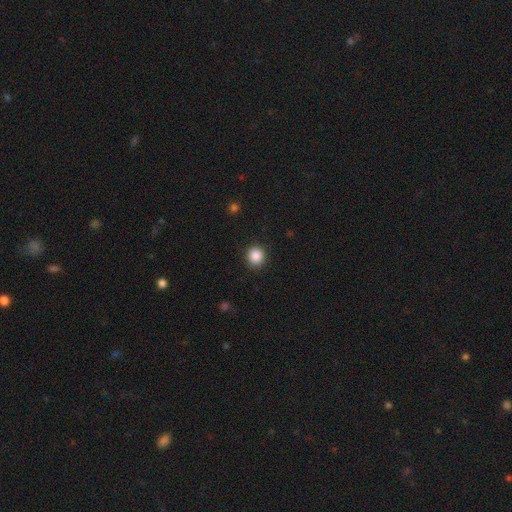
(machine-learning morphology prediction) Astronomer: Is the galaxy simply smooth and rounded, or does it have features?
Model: smooth — 87%.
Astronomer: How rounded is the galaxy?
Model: round — 91%.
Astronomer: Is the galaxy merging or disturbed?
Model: none — 91%.